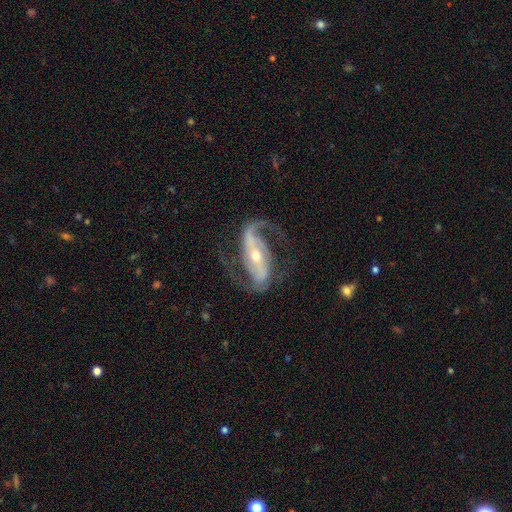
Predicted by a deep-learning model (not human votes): smooth-or-featured: featured or disk: 91% | star or artifact: 4% | smooth: 4%
  disk-edge-on: no: 96% | yes: 4%
    bar: strong: 56% | weak: 28% | no: 16%
    has-spiral-arms: yes: 97% | no: 3%
      spiral-winding: medium: 49% | loose: 38% | tight: 13%
      spiral-arm-count: 2: 91% | 1: 3% | can't tell: 2% | 3: 1% | 4: 1% | more than 4: 1%
    bulge-size: moderate: 50% | small: 46% | large: 3% | none: 1% | dominant: 1%
  merging: none: 73% | minor disturbance: 13% | major disturbance: 12% | merger: 2%